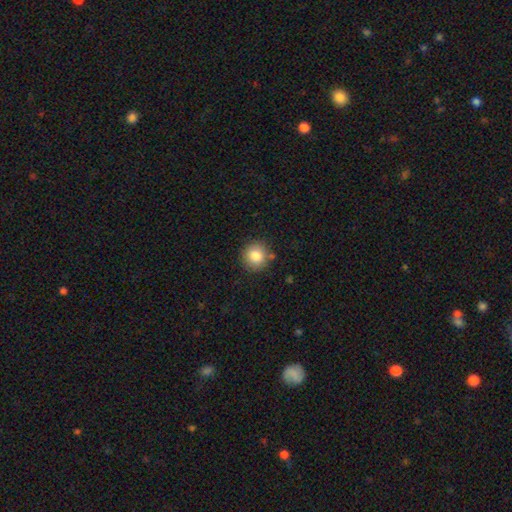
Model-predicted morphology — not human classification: The model was most divided on "smooth or featured": smooth: 83%, star or artifact: 10%, featured or disk: 7%. More confident: how rounded — round (90%); merging — none (84%).